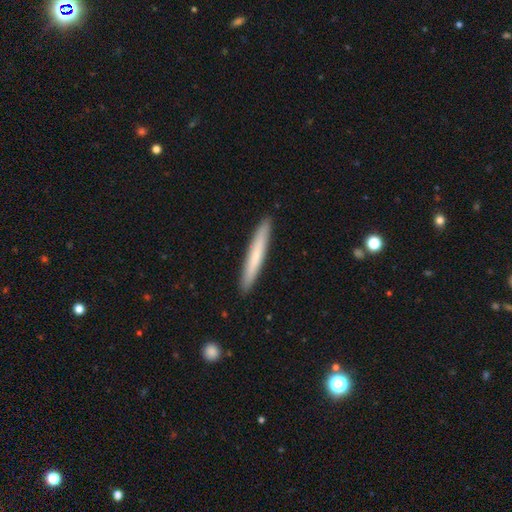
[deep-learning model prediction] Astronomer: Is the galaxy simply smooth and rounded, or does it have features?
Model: smooth — 67%.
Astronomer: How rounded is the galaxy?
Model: cigar-shaped — 96%.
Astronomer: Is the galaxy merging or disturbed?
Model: none — 92%.